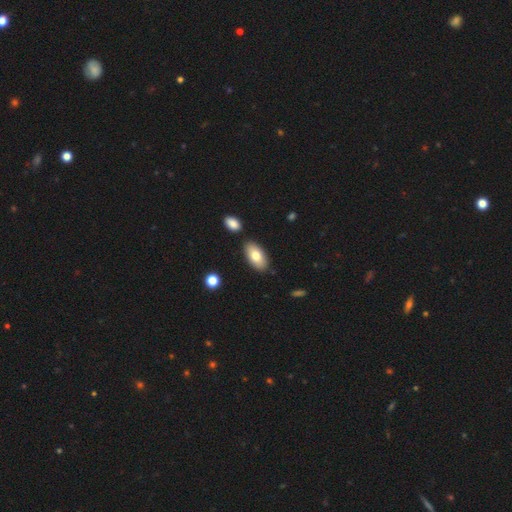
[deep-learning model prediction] Q: Smooth or featured?
A: smooth (77%); runner-up: featured or disk (16%)
Q: How rounded?
A: in between (93%); runner-up: cigar-shaped (4%)
Q: Merging?
A: none (83%); runner-up: minor disturbance (9%)